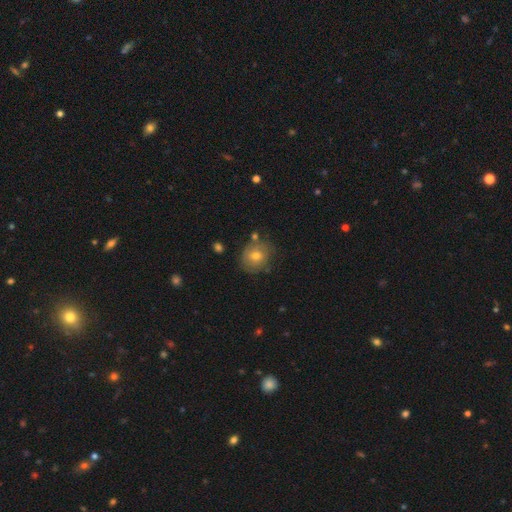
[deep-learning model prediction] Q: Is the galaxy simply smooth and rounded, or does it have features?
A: smooth — 60%.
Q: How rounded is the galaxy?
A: round — 71%.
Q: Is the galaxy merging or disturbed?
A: none — 68%.